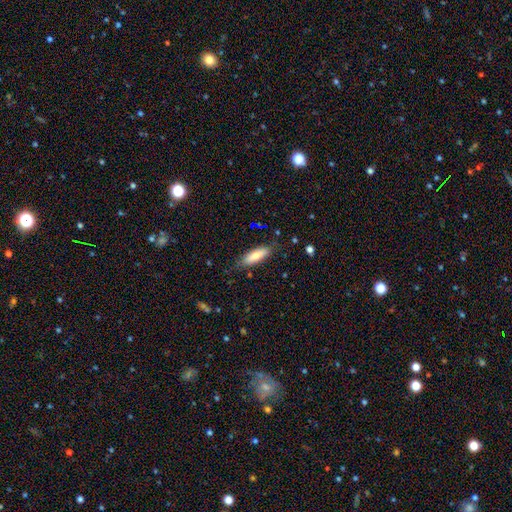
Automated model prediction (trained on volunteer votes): Morphology: type=smooth (77%); roundness=in between (51%); merging=none (79%).